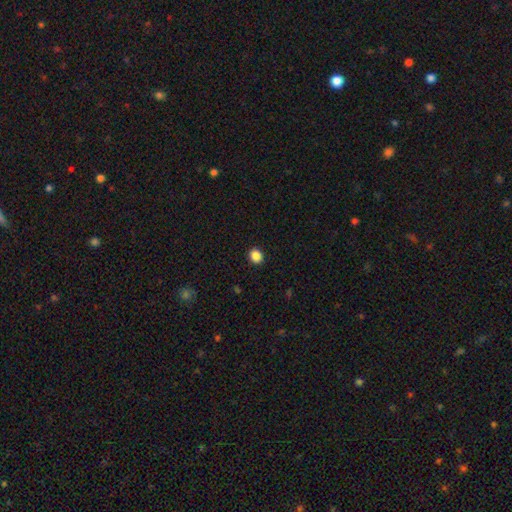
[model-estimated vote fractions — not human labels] Smooth or featured? Predicted: smooth (p=0.87). How rounded? Predicted: round (p=0.75). Merging? Predicted: none (p=0.92).